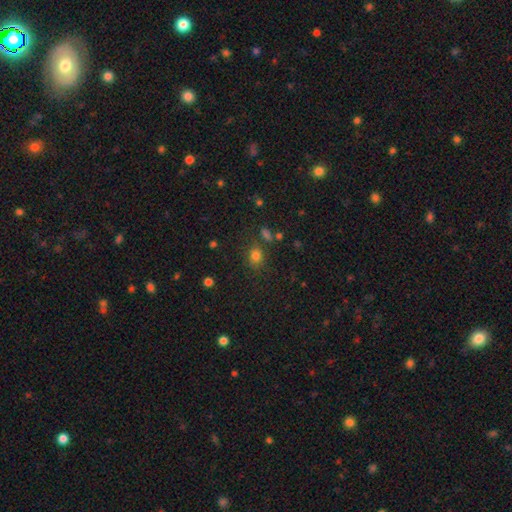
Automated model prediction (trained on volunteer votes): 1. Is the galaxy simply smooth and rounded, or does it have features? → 76% smooth, 17% star or artifact, 6% featured or disk.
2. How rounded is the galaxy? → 55% round, 44% in between, 1% cigar-shaped.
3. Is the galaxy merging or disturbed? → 75% none, 13% minor disturbance, 7% merger, 5% major disturbance.